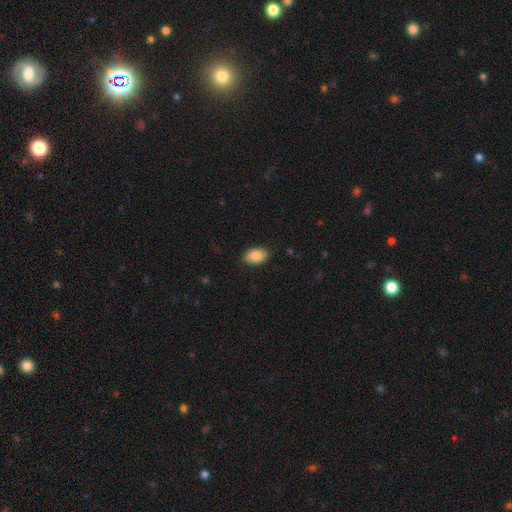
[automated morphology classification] smooth-or-featured: smooth: 86% | star or artifact: 7% | featured or disk: 7%
  how-rounded: in between: 91% | round: 7% | cigar-shaped: 1%
  merging: none: 88% | minor disturbance: 9% | major disturbance: 2% | merger: 1%